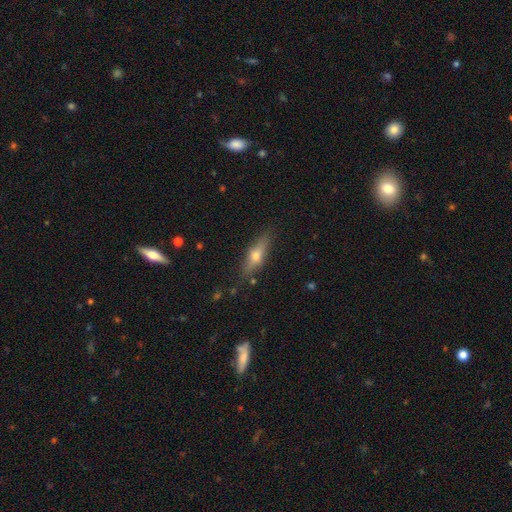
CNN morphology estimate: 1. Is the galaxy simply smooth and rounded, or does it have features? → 48% featured or disk, 44% smooth, 8% star or artifact.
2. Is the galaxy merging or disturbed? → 83% none, 12% minor disturbance, 3% major disturbance, 2% merger.